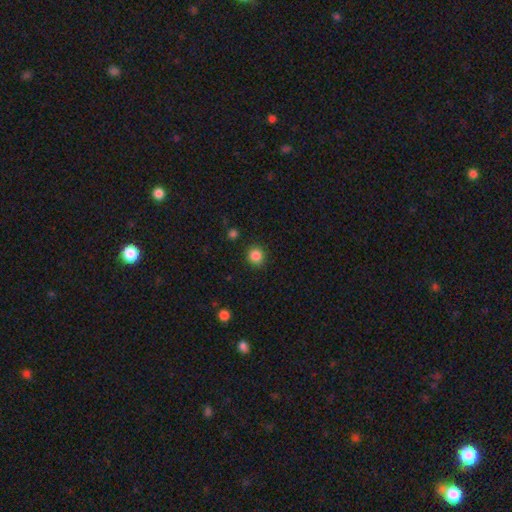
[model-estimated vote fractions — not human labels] The model was most divided on "smooth or featured": smooth: 86%, star or artifact: 11%, featured or disk: 3%. More confident: how rounded — round (90%); merging — none (90%).